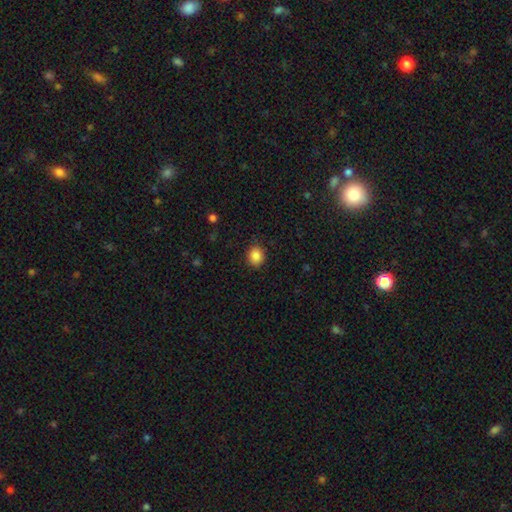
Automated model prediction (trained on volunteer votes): smooth 87%, star or artifact 9%, featured or disk 4%. Down the decision tree: how rounded — round (70%); merging — none (87%).